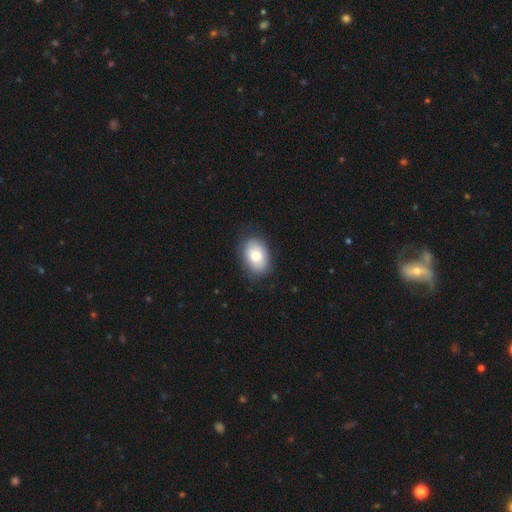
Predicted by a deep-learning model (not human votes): Q: Smooth or featured?
A: smooth (78%); runner-up: featured or disk (15%)
Q: How rounded?
A: in between (82%); runner-up: round (16%)
Q: Merging?
A: none (83%); runner-up: minor disturbance (13%)